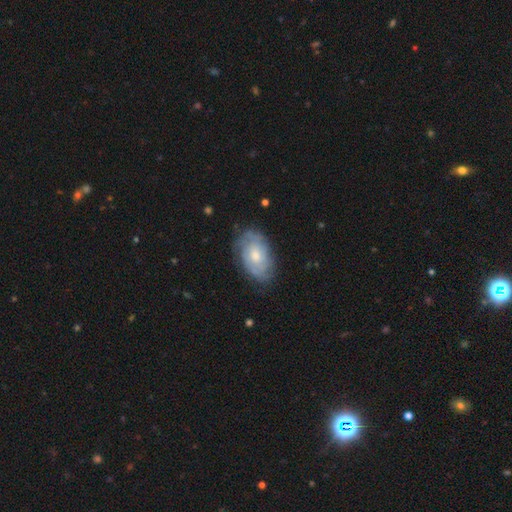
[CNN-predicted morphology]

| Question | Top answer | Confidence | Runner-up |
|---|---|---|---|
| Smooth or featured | featured or disk | 67% | smooth (27%) |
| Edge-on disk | no | 95% | yes (5%) |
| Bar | no | 74% | weak (23%) |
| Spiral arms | yes | 84% | no (16%) |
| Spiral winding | tight | 67% | medium (26%) |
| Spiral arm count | can't tell | 53% | 2 (24%) |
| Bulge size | moderate | 55% | small (37%) |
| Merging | none | 74% | minor disturbance (19%) |